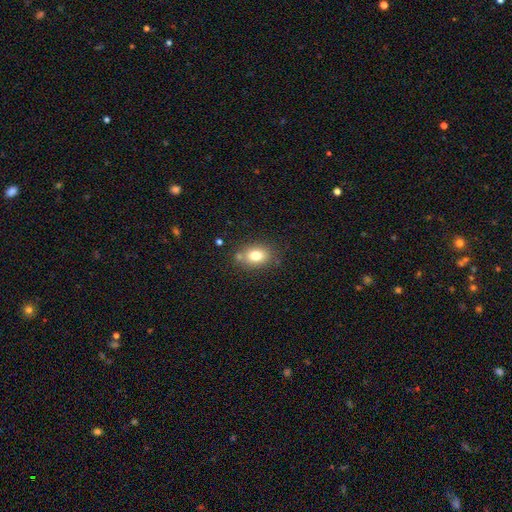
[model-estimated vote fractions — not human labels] smooth-or-featured: smooth: 77% | featured or disk: 12% | star or artifact: 11%
  how-rounded: in between: 60% | round: 39% | cigar-shaped: 1%
  merging: none: 73% | minor disturbance: 14% | merger: 9% | major disturbance: 4%